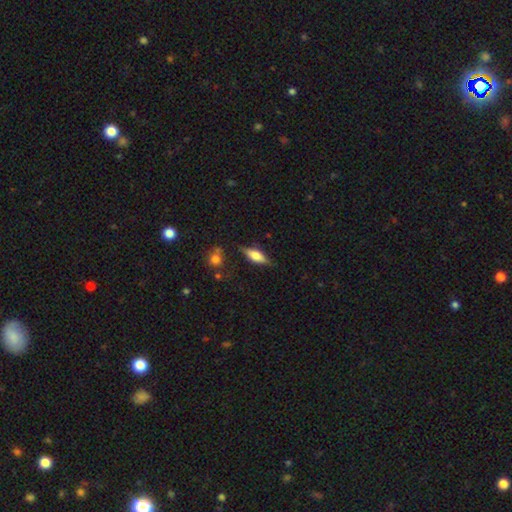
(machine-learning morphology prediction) Overall: smooth (53%; featured or disk 40%). How rounded: in between (63%; cigar-shaped 33%). Merging: none (77%).